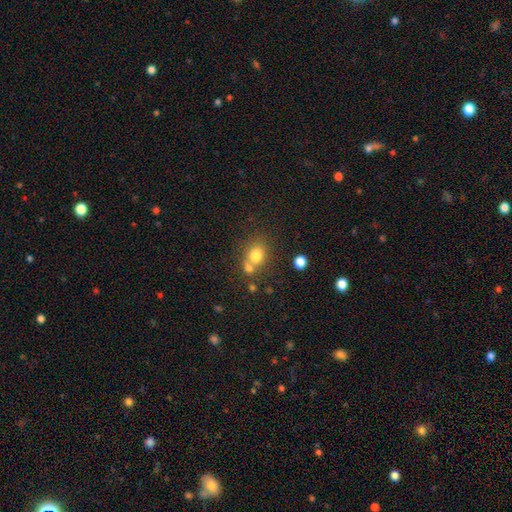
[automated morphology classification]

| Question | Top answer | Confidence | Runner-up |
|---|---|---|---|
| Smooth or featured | smooth | 76% | star or artifact (12%) |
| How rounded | round | 57% | in between (42%) |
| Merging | none | 47% | merger (38%) |